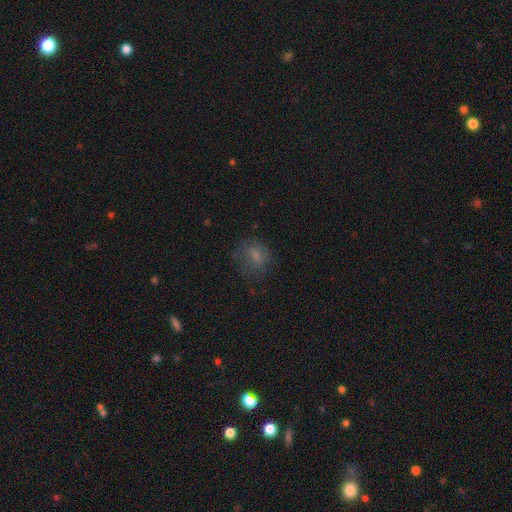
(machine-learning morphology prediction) type=smooth (64%); roundness=round (62%); merging=none (58%).